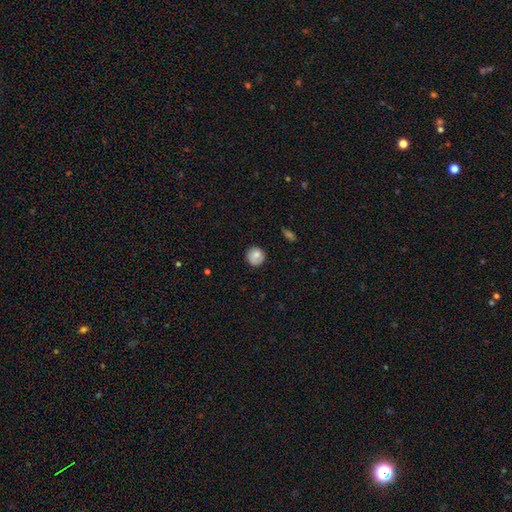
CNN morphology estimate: The model was most divided on "smooth or featured": smooth: 78%, featured or disk: 14%, star or artifact: 8%. More confident: how rounded — round (91%); merging — none (81%).